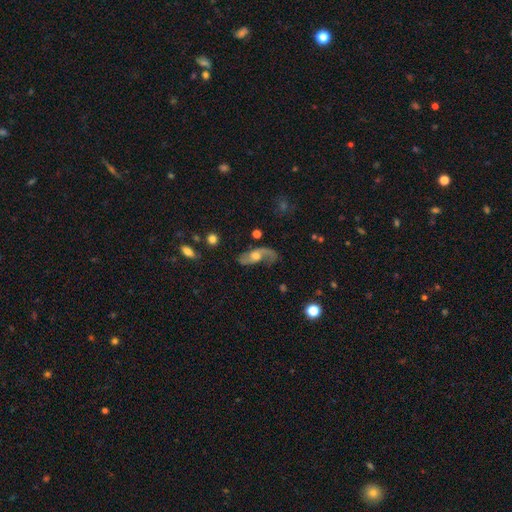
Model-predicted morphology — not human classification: Smooth or featured? Predicted: featured or disk (p=0.76). Edge-on disk? Predicted: no (p=0.92). Bar? Predicted: no (p=0.62). Spiral arms? Predicted: yes (p=0.92). Spiral winding? Predicted: loose (p=0.66). Spiral arm count? Predicted: 2 (p=0.84). Bulge size? Predicted: moderate (p=0.59). Merging? Predicted: none (p=0.60).